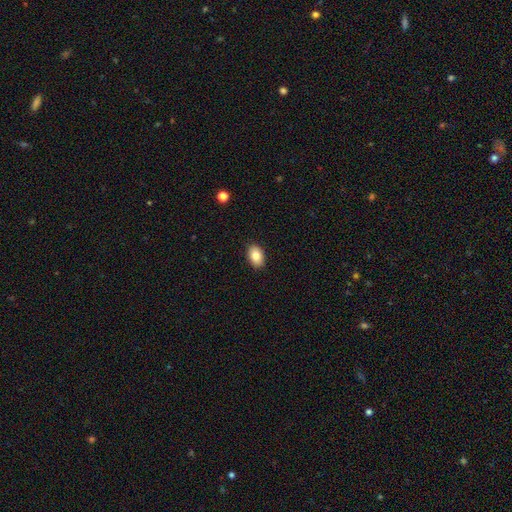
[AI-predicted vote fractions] Smooth or featured? Predicted: smooth (p=0.84). How rounded? Predicted: in between (p=0.87). Merging? Predicted: none (p=0.90).